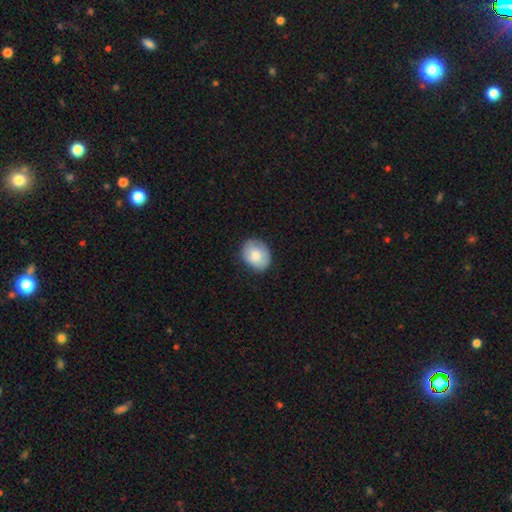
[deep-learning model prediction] Q: Smooth or featured?
A: smooth (80%); runner-up: featured or disk (14%)
Q: How rounded?
A: in between (51%); runner-up: round (48%)
Q: Merging?
A: none (79%); runner-up: minor disturbance (17%)